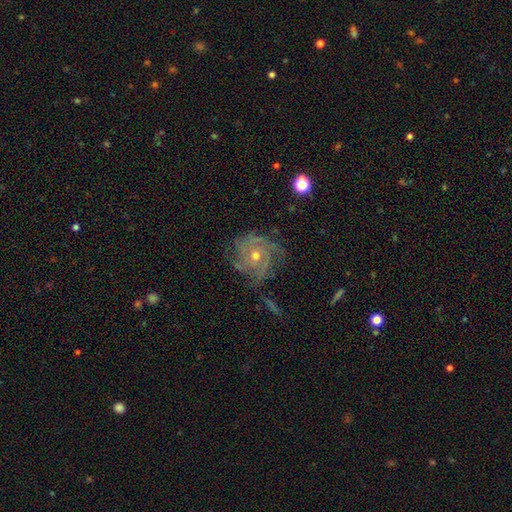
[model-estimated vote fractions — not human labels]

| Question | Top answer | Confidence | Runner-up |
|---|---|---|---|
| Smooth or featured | featured or disk | 84% | star or artifact (9%) |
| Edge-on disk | no | 97% | yes (3%) |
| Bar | no | 78% | weak (18%) |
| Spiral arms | yes | 95% | no (5%) |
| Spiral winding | tight | 62% | medium (30%) |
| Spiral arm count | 3 | 28% | can't tell (26%) |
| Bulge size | moderate | 55% | small (42%) |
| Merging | none | 69% | minor disturbance (19%) |